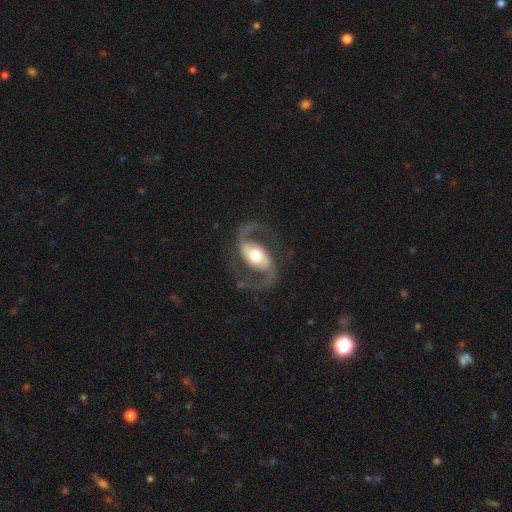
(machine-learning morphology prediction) featured or disk 91%, smooth 5%, star or artifact 4%. Down the decision tree: edge-on disk — no (97%); bar — weak (35%); spiral arms — yes (96%); spiral arm count — 2 (94%); spiral winding — medium (51%); bulge size — moderate (61%); merging — none (78%).